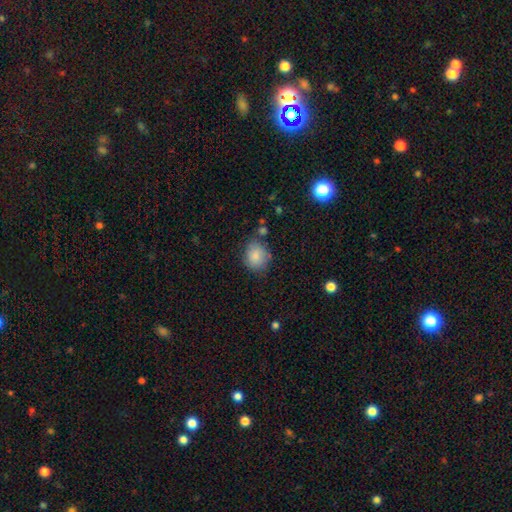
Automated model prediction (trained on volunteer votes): smooth_or_featured: smooth (p=0.85) [alt: star or artifact p=0.08]
how_rounded: round (p=0.62) [alt: in between p=0.37]
merging: none (p=0.70) [alt: minor disturbance p=0.19]